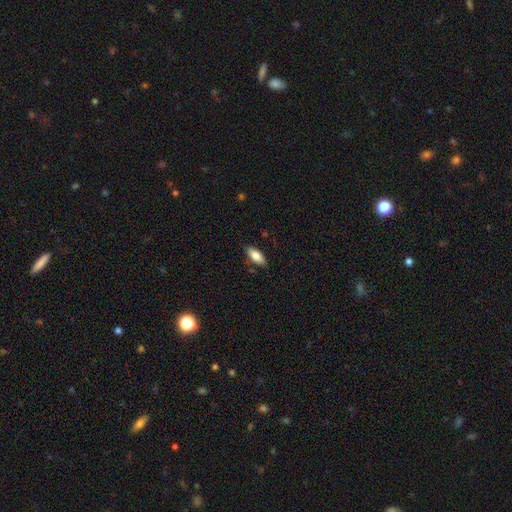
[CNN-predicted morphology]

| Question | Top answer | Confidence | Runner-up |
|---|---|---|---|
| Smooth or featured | smooth | 78% | featured or disk (15%) |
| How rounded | in between | 80% | cigar-shaped (18%) |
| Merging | none | 84% | minor disturbance (12%) |